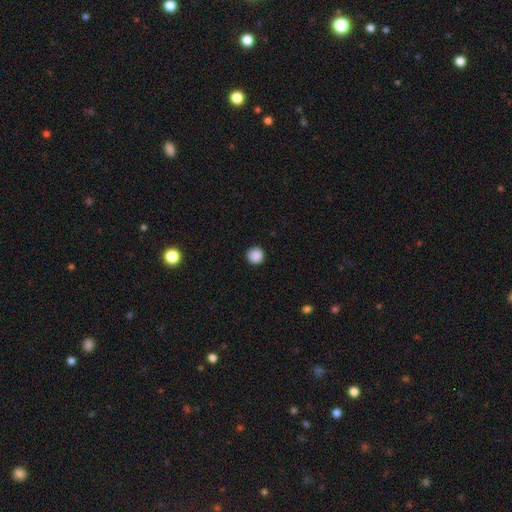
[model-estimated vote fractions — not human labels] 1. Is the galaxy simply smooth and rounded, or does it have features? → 88% smooth, 9% star or artifact, 2% featured or disk.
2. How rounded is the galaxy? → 96% round, 3% in between, 1% cigar-shaped.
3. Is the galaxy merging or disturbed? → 93% none, 5% minor disturbance, 2% major disturbance, 1% merger.